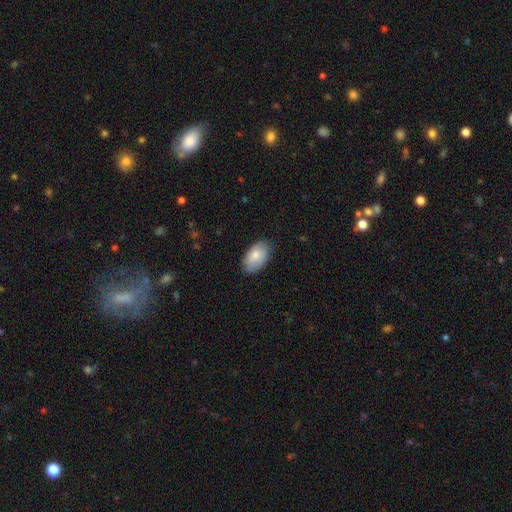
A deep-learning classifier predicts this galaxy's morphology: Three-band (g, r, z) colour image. It shows a smooth galaxy with no disk features (82%) that is in between round and cigar-shaped (93%). Merging: none (80%).